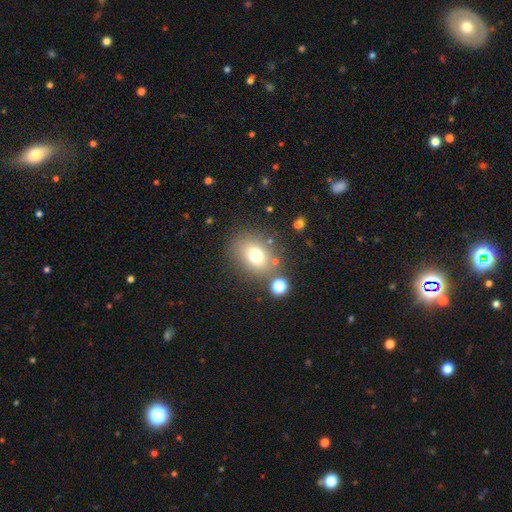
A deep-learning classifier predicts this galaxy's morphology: Overall: smooth (73%). How rounded: in between (53%; round 46%). Merging: none (76%).